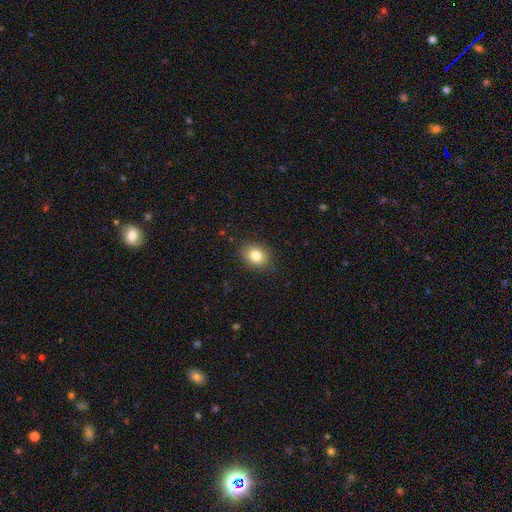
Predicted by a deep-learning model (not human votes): Overall: smooth (82%). How rounded: in between (52%; round 47%). Merging: none (86%).